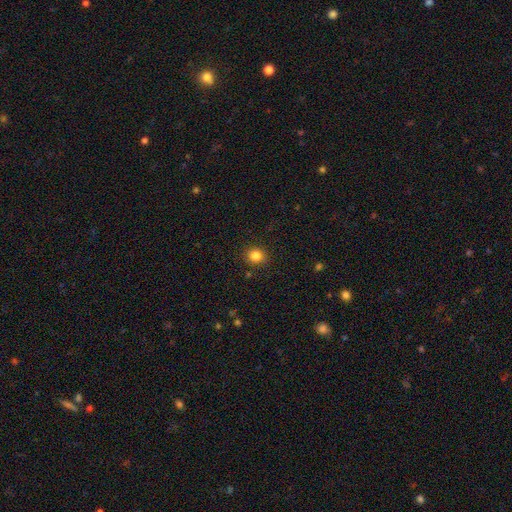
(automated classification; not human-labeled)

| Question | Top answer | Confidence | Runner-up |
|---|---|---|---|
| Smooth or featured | smooth | 83% | star or artifact (12%) |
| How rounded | round | 83% | in between (16%) |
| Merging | none | 91% | minor disturbance (6%) |